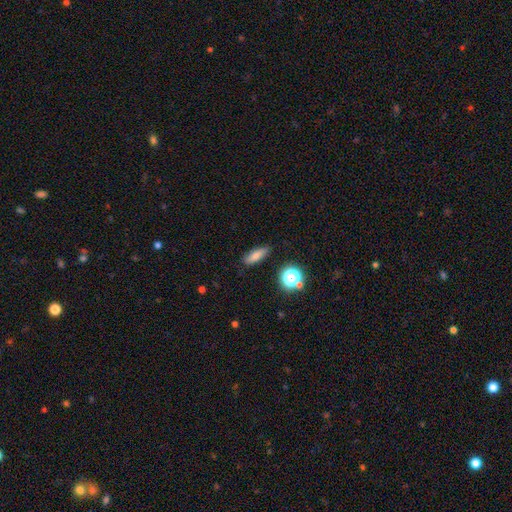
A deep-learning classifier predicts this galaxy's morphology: The model was most divided on "how rounded": cigar-shaped: 47%, in between: 45%, round: 8%. More confident: merging — none (83%); smooth or featured — smooth (74%).